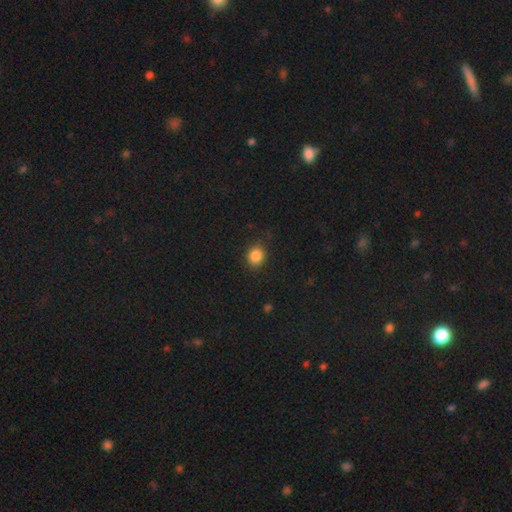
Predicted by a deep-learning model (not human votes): Smooth or featured? smooth (86%)
How rounded? round (69%)
Merging? none (84%)